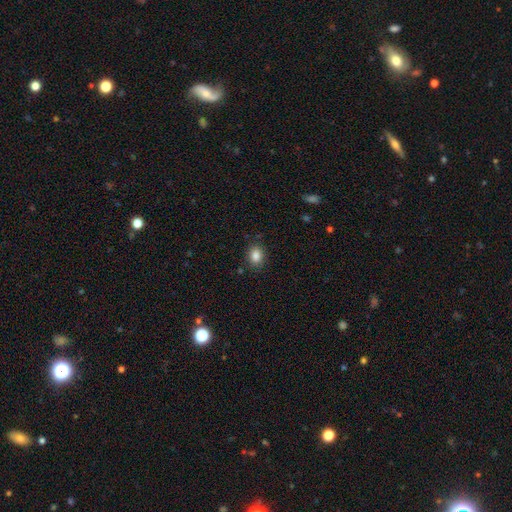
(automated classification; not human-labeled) The model was most divided on "how rounded": in between: 58%, round: 41%, cigar-shaped: 1%. More confident: merging — none (85%); smooth or featured — smooth (85%).